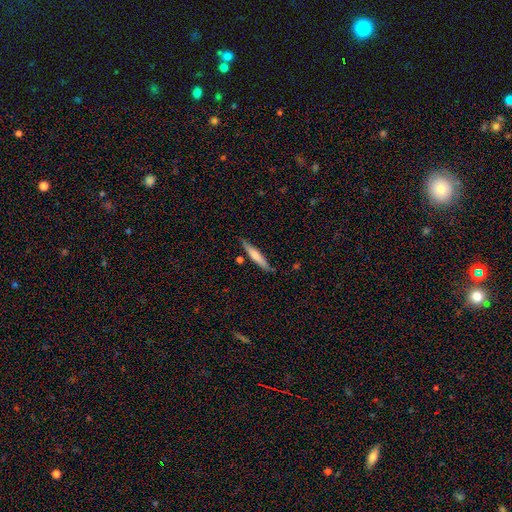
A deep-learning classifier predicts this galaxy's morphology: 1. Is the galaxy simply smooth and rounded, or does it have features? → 66% smooth, 28% featured or disk, 6% star or artifact.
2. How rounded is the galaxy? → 91% cigar-shaped, 8% in between, 1% round.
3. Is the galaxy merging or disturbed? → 82% none, 12% minor disturbance, 4% merger, 2% major disturbance.